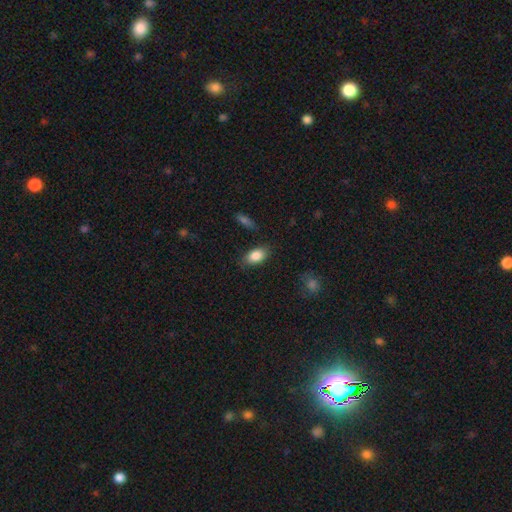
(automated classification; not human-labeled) Smooth or featured? Predicted: smooth (p=0.86). How rounded? Predicted: in between (p=0.90). Merging? Predicted: none (p=0.80).